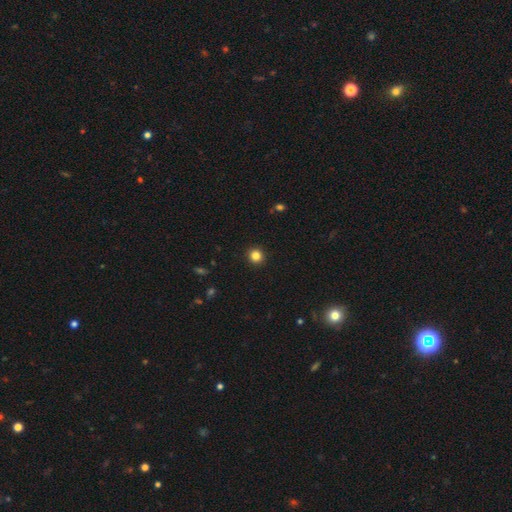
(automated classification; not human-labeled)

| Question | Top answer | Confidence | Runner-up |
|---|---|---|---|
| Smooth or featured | smooth | 83% | star or artifact (12%) |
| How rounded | round | 93% | in between (6%) |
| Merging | none | 93% | minor disturbance (4%) |